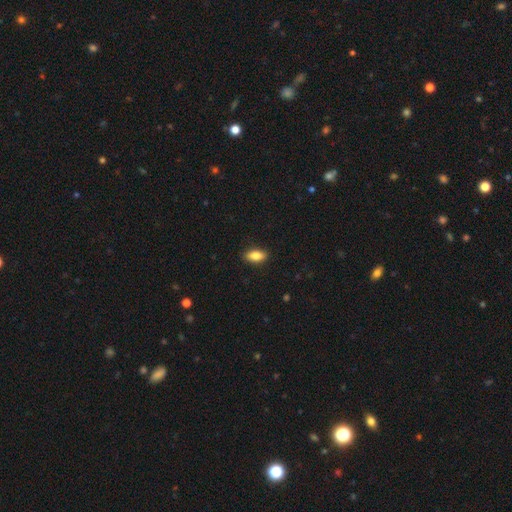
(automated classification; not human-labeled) Smooth or featured: smooth — 85% (featured or disk — 8%)
How rounded: in between — 88% (cigar-shaped — 8%)
Merging: none — 88% (minor disturbance — 9%)